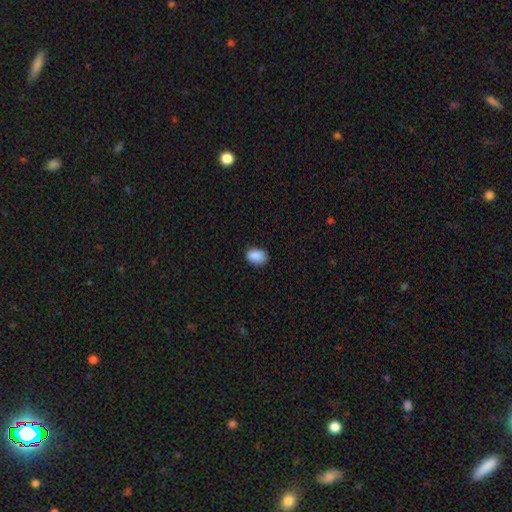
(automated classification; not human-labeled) The model was most divided on "how rounded": in between: 80%, round: 19%, cigar-shaped: 1%. More confident: smooth or featured — smooth (89%); merging — none (80%).